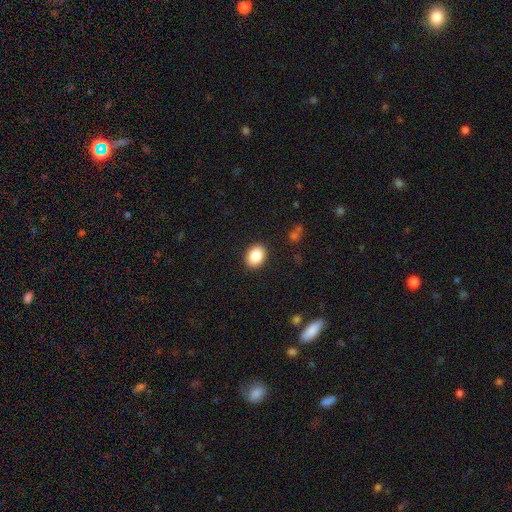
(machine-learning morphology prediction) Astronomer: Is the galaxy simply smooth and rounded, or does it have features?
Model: smooth — 87%.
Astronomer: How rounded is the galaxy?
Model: in between — 65%.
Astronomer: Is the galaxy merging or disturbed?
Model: none — 90%.